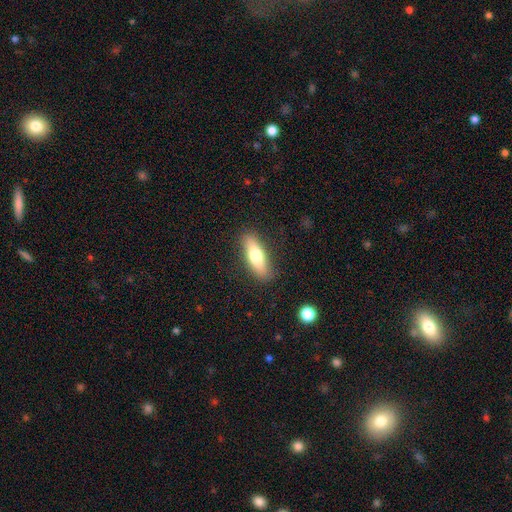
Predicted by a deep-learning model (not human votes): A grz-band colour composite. It shows a smooth galaxy with no disk features (67%) that is cigar-shaped (51%). Merging: none (86%).